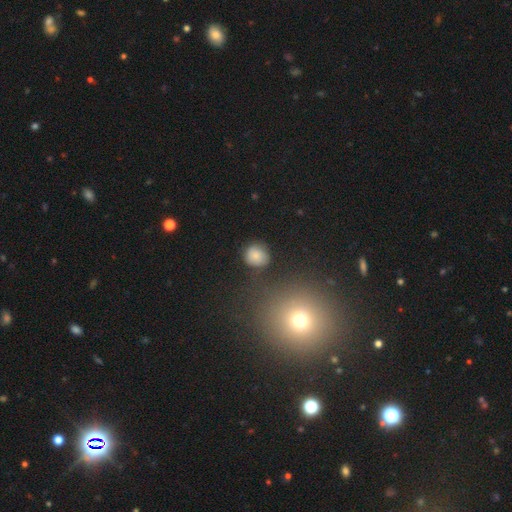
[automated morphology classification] smooth-or-featured: smooth: 76% | featured or disk: 12% | star or artifact: 12%
  how-rounded: round: 82% | in between: 17% | cigar-shaped: 1%
  merging: none: 75% | minor disturbance: 16% | major disturbance: 5% | merger: 4%